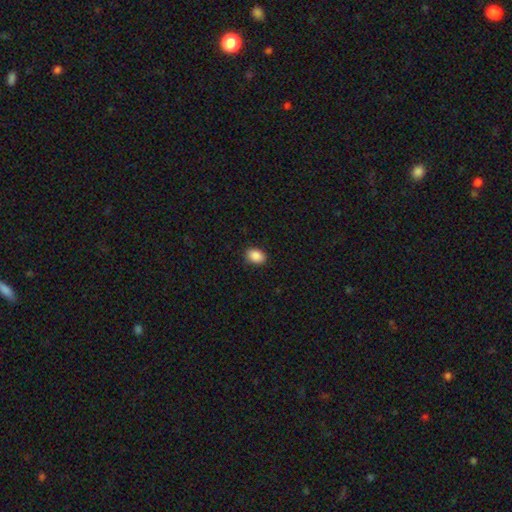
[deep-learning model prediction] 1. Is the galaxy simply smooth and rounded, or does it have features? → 89% smooth, 8% star or artifact, 3% featured or disk.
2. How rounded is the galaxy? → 76% in between, 23% round, 1% cigar-shaped.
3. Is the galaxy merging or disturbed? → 88% none, 9% minor disturbance, 2% major disturbance, 1% merger.